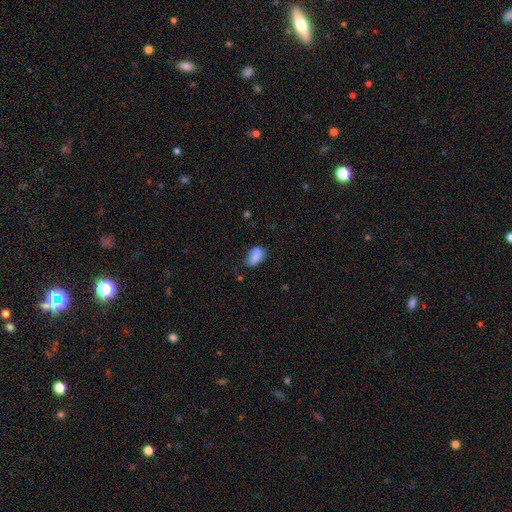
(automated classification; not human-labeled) Smooth or featured?
  - smooth: 81% *
  - featured or disk: 10%
  - star or artifact: 9%
How rounded?
  - in between: 87% *
  - round: 11%
  - cigar-shaped: 2%
Merging?
  - none: 49% *
  - minor disturbance: 34%
  - major disturbance: 12%
  - merger: 5%